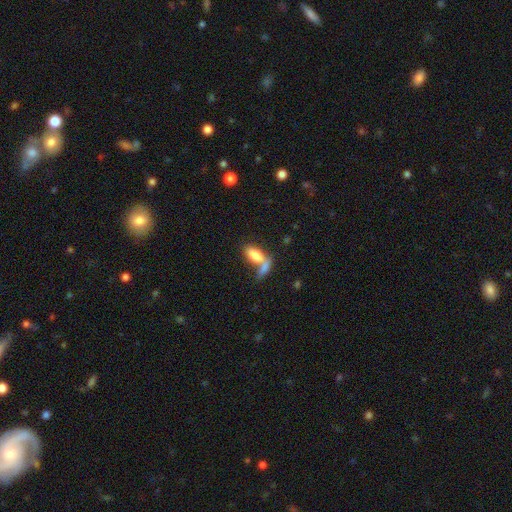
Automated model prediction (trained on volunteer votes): This is likely a smooth galaxy (79%). How rounded: clearly in between (85%). Merging: possibly merger (55%).